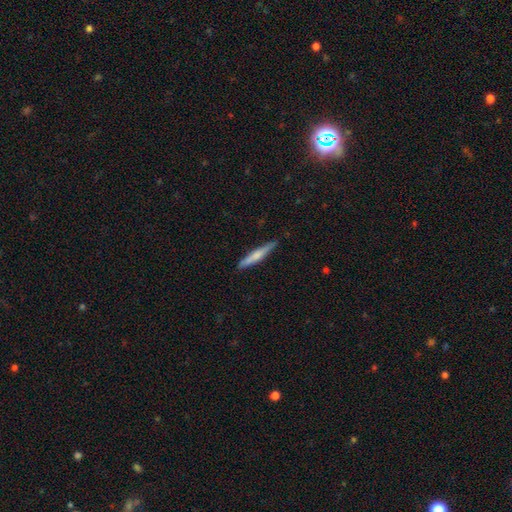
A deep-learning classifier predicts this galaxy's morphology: type=smooth (58%); roundness=cigar-shaped (93%); merging=none (87%).